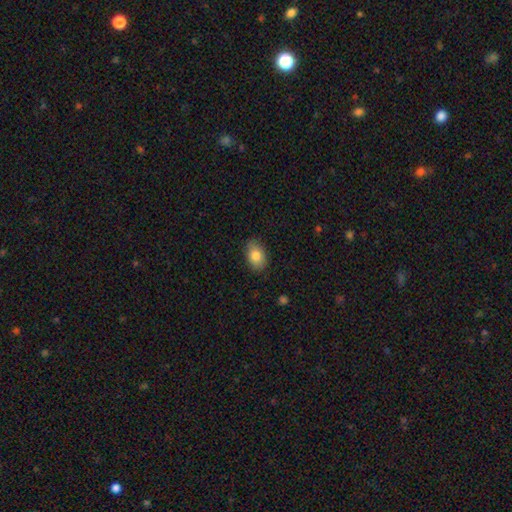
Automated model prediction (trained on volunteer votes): A smooth galaxy with no disk features (83%) that is in between round and cigar-shaped (85%).

Vote fractions:
- Smooth or featured? smooth: 83% / featured or disk: 10% / star or artifact: 8%
- How rounded? in between: 85% / round: 14% / cigar-shaped: 1%
- Merging? none: 85% / minor disturbance: 11% / major disturbance: 2% / merger: 1%